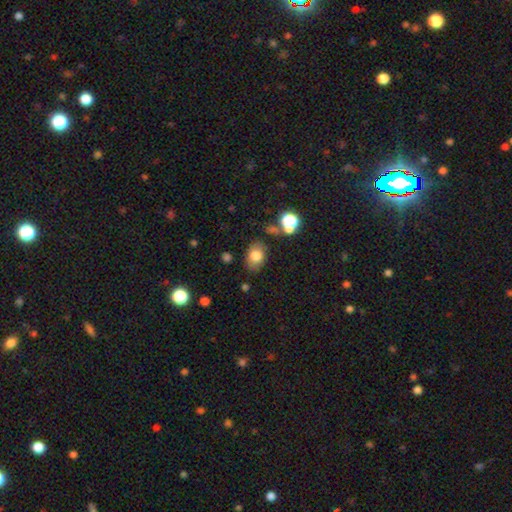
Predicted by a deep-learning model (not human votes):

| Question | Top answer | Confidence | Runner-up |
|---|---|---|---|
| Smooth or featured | smooth | 76% | featured or disk (14%) |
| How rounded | in between | 79% | round (20%) |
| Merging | none | 76% | minor disturbance (15%) |